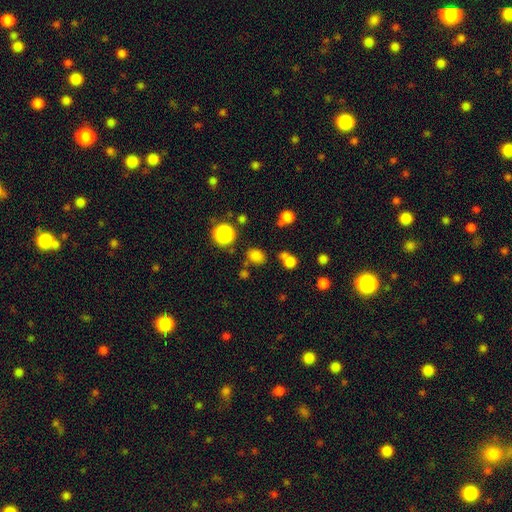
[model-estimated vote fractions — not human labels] A smooth galaxy with no disk features (76%) that is round (51%). Merging: none (71%).